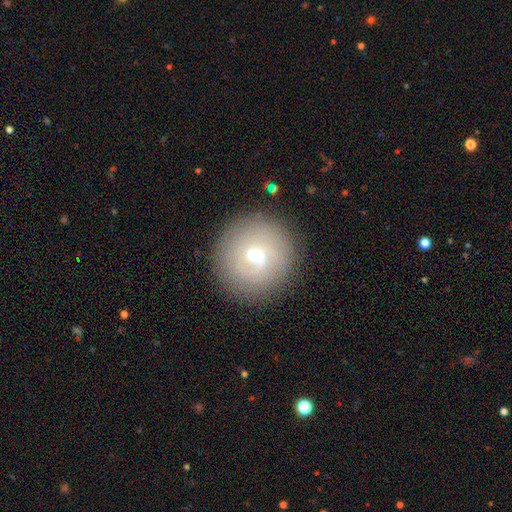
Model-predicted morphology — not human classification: featured or disk 58%, smooth 34%, star or artifact 8%. Down the decision tree: edge-on disk — no (96%); bar — weak (60%); spiral arms — yes (66%); bulge size — small (52%); merging — none (86%).